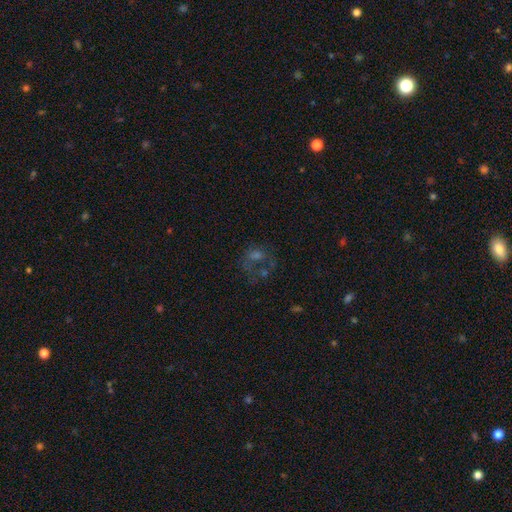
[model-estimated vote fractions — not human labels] Morphology: type=featured or disk (37%); merging=none (40%).